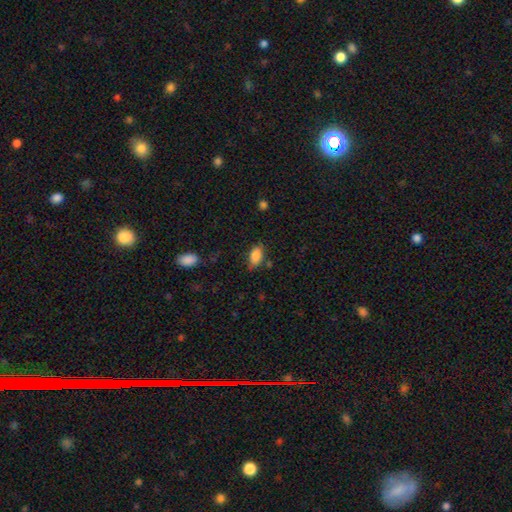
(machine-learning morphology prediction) A smooth galaxy with no disk features (85%) that is in between round and cigar-shaped (91%).

Vote fractions:
- Smooth or featured? smooth: 85% / star or artifact: 8% / featured or disk: 7%
- How rounded? in between: 91% / round: 6% / cigar-shaped: 4%
- Merging? none: 72% / minor disturbance: 20% / major disturbance: 5% / merger: 3%